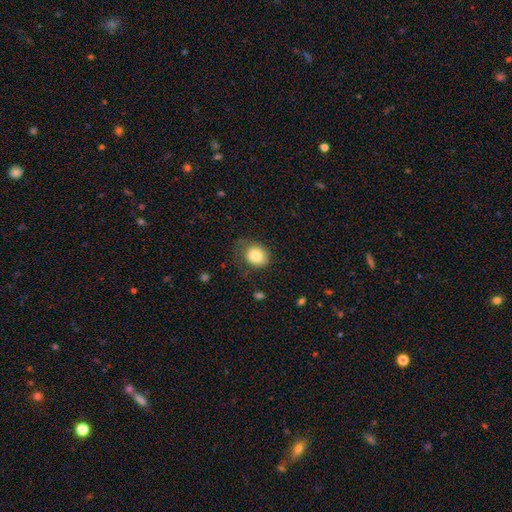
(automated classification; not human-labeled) This appears to be a smooth galaxy with no disk features (82%) that is round (57%). Merging: none (56%).